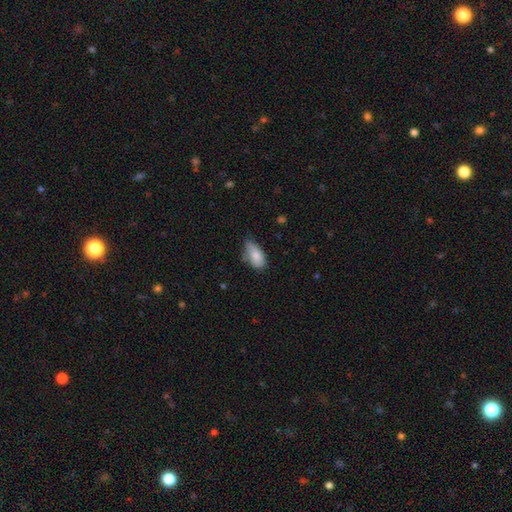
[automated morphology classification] The model was most divided on "merging": none: 48%, minor disturbance: 41%, major disturbance: 8%, merger: 3%. More confident: how rounded — in between (92%); smooth or featured — smooth (82%).